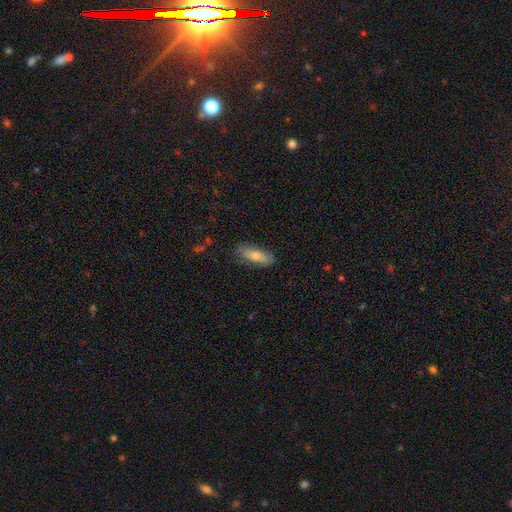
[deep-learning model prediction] Smooth or featured? Predicted: smooth (p=0.69). How rounded? Predicted: in between (p=0.53). Merging? Predicted: none (p=0.83).